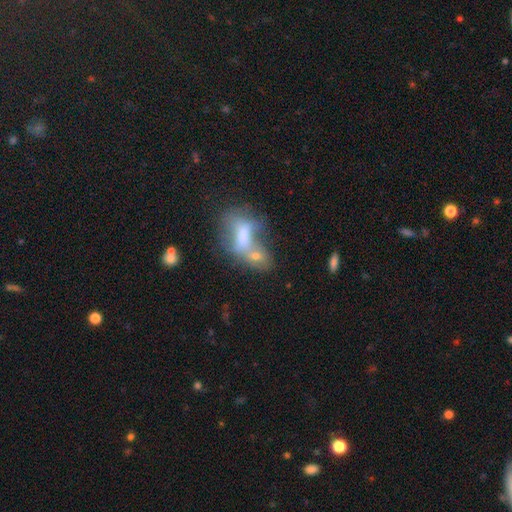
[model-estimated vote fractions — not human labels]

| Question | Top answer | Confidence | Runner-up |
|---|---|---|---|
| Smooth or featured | smooth | 55% | featured or disk (32%) |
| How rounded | in between | 78% | round (15%) |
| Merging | merger | 65% | none (15%) |